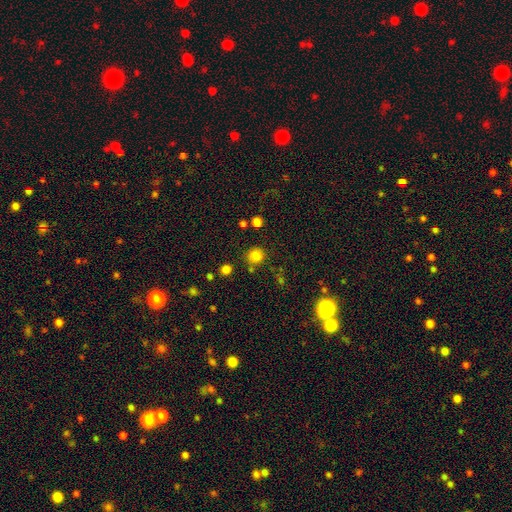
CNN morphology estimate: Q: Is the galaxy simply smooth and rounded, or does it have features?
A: smooth — 81%.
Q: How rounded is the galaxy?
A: round — 91%.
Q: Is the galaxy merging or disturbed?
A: none — 81%.